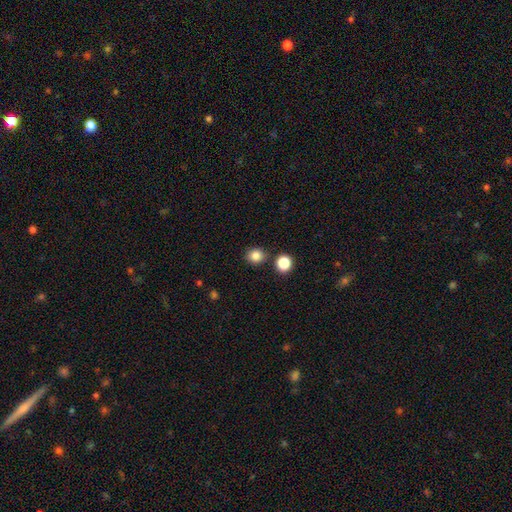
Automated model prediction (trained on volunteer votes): This appears to be a smooth galaxy with no disk features (84%) that is round (81%). Merging: none (83%).